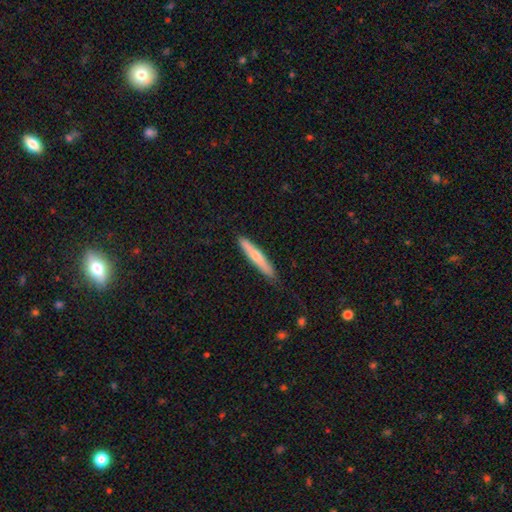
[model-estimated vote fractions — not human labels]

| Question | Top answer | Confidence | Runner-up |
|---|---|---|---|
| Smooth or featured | smooth | 51% | featured or disk (43%) |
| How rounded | cigar-shaped | 93% | in between (6%) |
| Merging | none | 84% | minor disturbance (13%) |